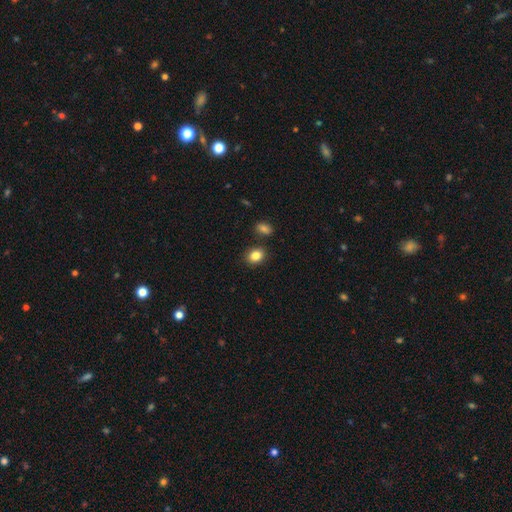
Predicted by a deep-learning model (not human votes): A smooth galaxy with no disk features (85%) that is in between round and cigar-shaped (60%). Merging: none (83%).